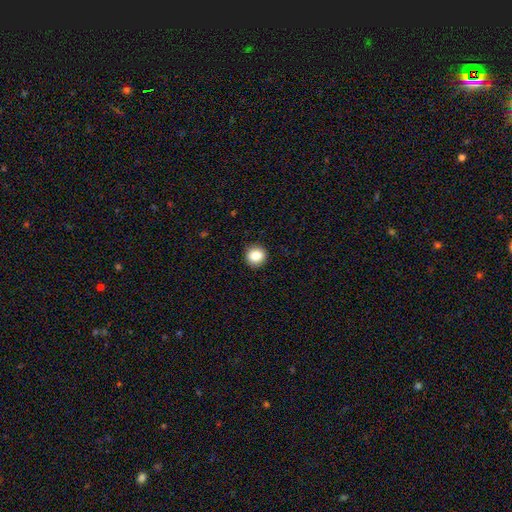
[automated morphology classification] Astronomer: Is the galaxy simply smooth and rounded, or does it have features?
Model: smooth — 86%.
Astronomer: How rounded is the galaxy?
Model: round — 89%.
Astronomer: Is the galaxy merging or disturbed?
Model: none — 92%.